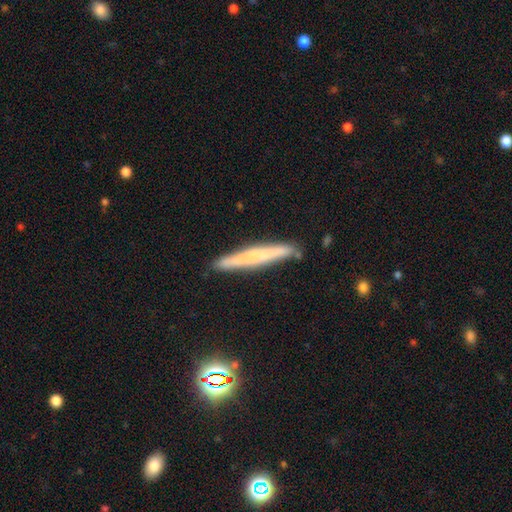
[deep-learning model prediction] smooth 51%, featured or disk 42%, star or artifact 8%. Down the decision tree: how rounded — cigar-shaped (96%); merging — none (86%).